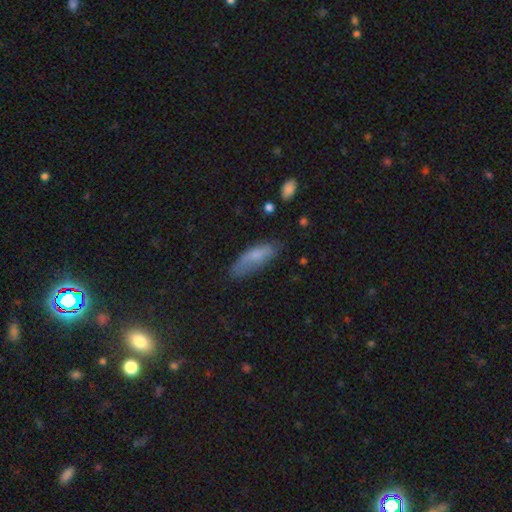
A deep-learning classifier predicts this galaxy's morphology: smooth-or-featured: smooth: 73% | featured or disk: 19% | star or artifact: 8%
  how-rounded: in between: 59% | cigar-shaped: 39% | round: 2%
  merging: none: 56% | minor disturbance: 31% | major disturbance: 10% | merger: 3%